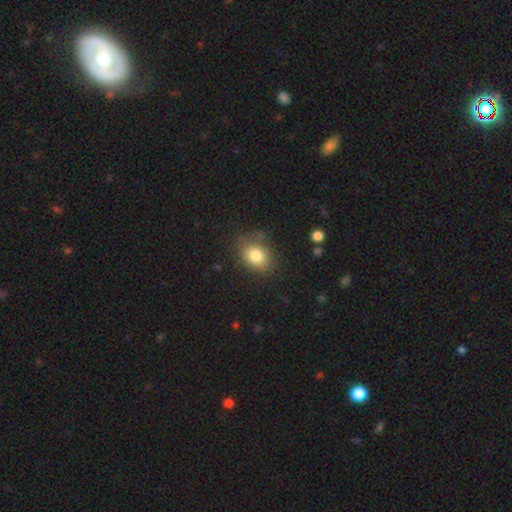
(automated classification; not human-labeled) Smooth or featured?
  - smooth: 81% *
  - featured or disk: 10%
  - star or artifact: 10%
How rounded?
  - in between: 56% *
  - round: 43%
  - cigar-shaped: 1%
Merging?
  - none: 71% *
  - minor disturbance: 20%
  - major disturbance: 7%
  - merger: 2%